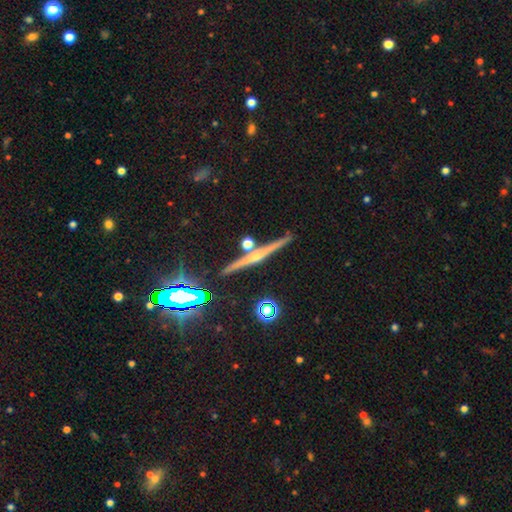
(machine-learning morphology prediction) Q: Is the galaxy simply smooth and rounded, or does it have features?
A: featured or disk — 68%.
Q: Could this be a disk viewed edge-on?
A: yes — 97%.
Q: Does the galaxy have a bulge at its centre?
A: rounded — 75%.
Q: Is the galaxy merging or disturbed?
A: none — 85%.